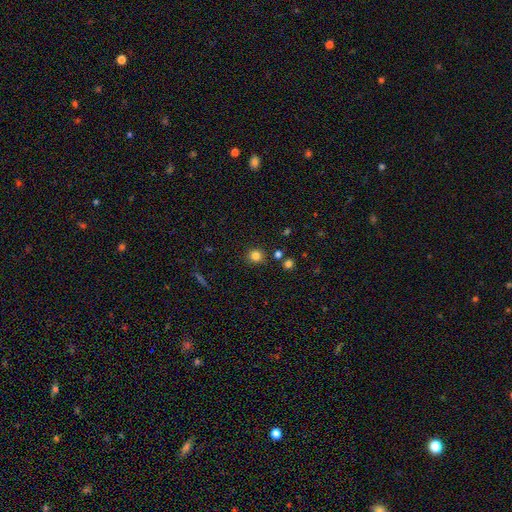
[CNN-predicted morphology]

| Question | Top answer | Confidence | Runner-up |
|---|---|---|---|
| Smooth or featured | smooth | 81% | star or artifact (13%) |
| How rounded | round | 90% | in between (9%) |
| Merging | none | 85% | minor disturbance (8%) |